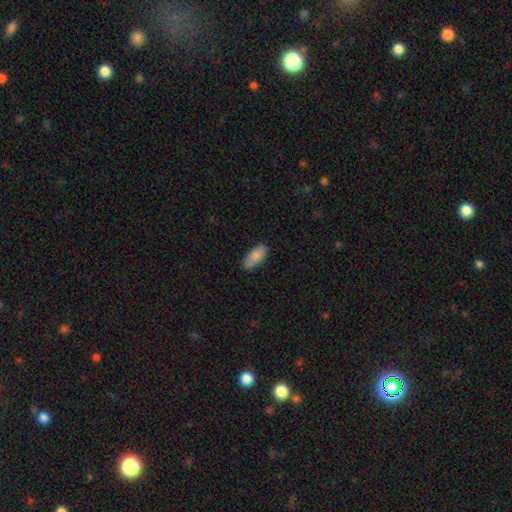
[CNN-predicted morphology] This is clearly a smooth galaxy (84%). How rounded: clearly in between (86%). Merging: clearly none (82%).